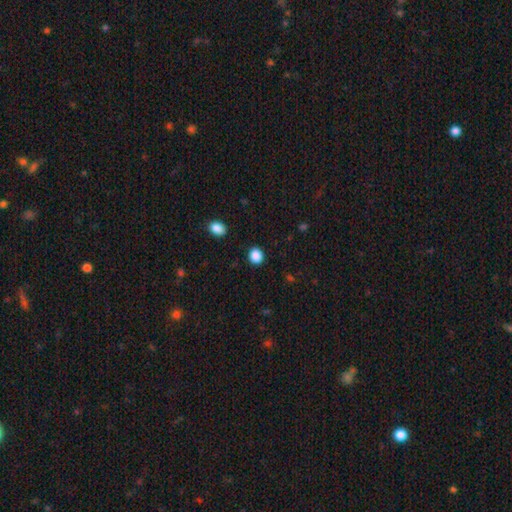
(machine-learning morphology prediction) Smooth or featured? smooth (88%)
How rounded? round (73%)
Merging? none (89%)